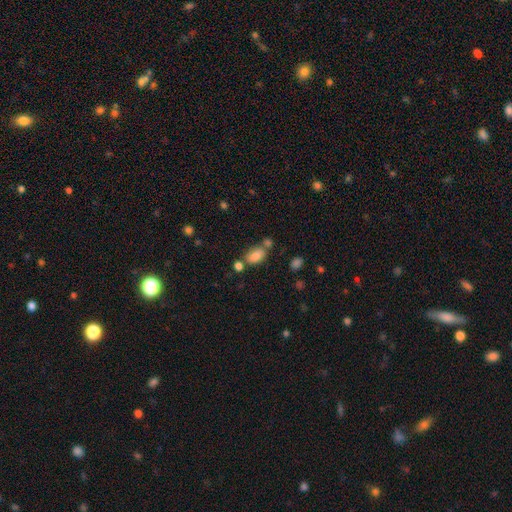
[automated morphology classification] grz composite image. It shows a smooth galaxy with no disk features (83%) that is in between round and cigar-shaped (89%). Merging: none (59%).